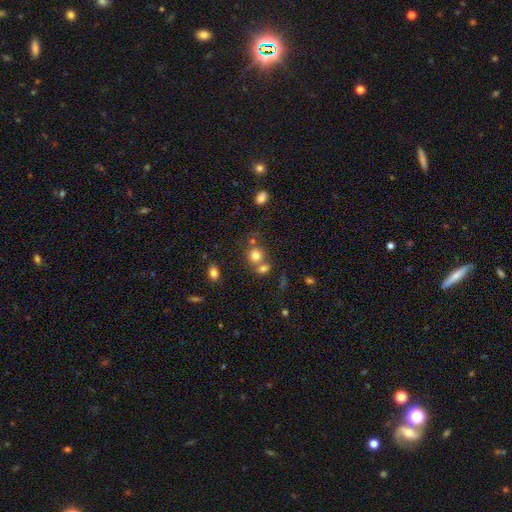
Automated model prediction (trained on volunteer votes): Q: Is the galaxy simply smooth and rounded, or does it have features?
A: smooth — 76%.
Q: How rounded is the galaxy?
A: round — 82%.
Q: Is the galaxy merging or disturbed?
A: none — 51%.